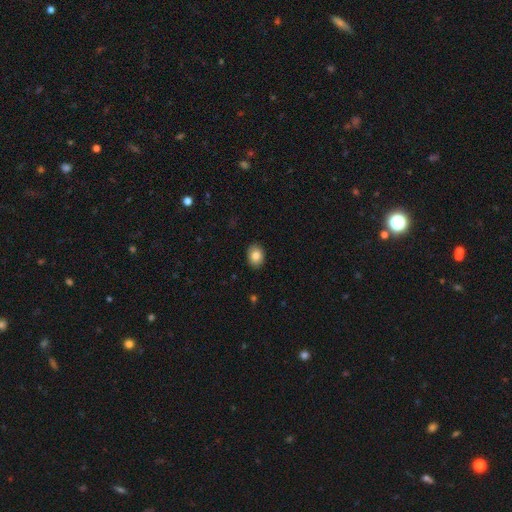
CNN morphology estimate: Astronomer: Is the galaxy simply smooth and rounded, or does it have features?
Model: smooth — 85%.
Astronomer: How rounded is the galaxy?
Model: in between — 64%.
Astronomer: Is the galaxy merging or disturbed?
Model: none — 88%.